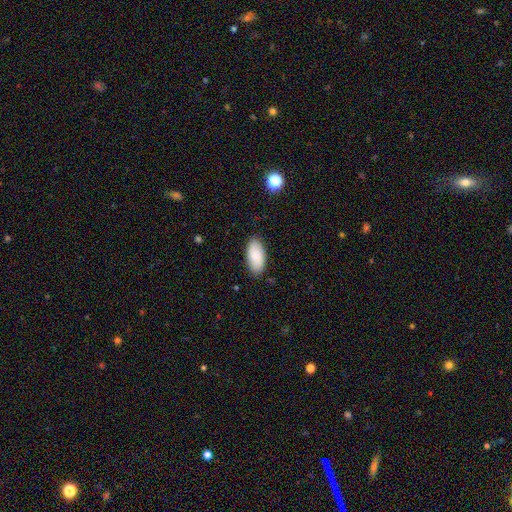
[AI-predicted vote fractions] Morphology: type=smooth (81%); roundness=in between (93%); merging=none (86%).